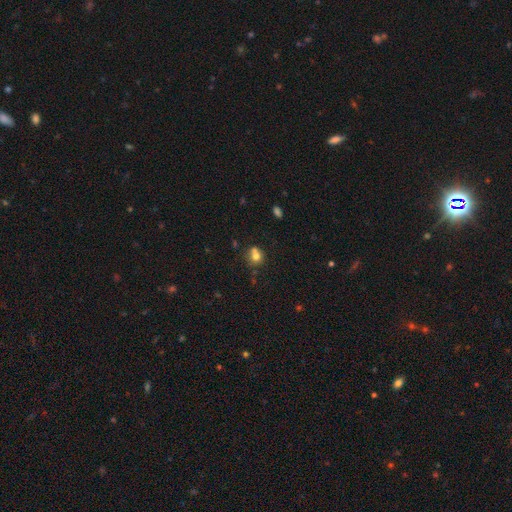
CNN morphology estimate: smooth_or_featured: smooth (p=0.73) [alt: star or artifact p=0.13]
how_rounded: round (p=0.78) [alt: in between p=0.22]
merging: none (p=0.50) [alt: merger p=0.31]